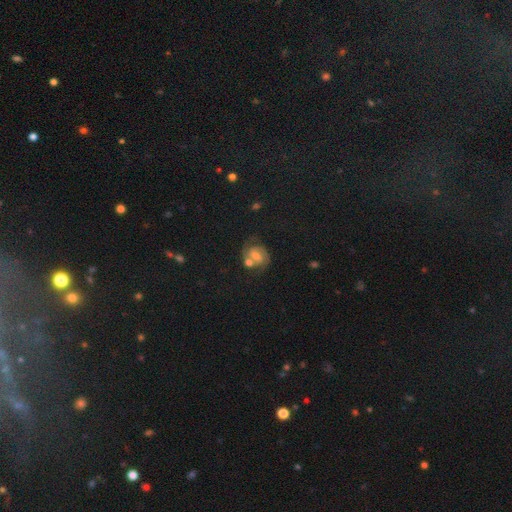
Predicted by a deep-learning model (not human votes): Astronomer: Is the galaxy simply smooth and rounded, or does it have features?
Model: featured or disk — 66%.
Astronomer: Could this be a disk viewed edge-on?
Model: no — 97%.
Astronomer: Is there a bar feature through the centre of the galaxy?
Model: weak — 50% (runner-up: no, 30%).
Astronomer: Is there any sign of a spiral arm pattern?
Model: yes — 88%.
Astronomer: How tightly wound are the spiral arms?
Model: medium — 47% (runner-up: tight, 37%).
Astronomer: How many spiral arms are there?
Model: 2 — 79%.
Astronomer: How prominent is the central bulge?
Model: moderate — 44% (runner-up: small, 35%).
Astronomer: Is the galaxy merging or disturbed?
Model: none — 48% (runner-up: merger, 25%).